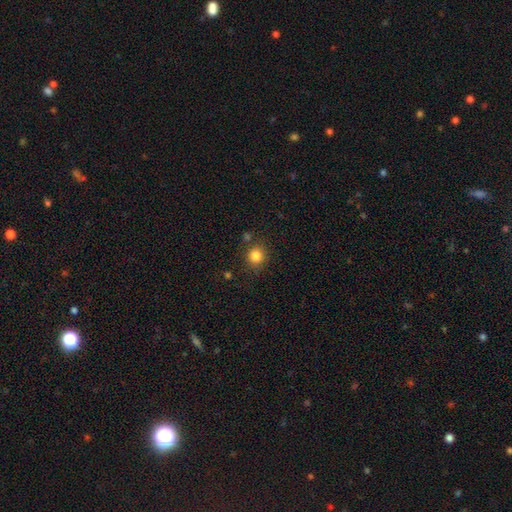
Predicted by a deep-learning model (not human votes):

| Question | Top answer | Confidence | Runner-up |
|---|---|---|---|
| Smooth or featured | smooth | 83% | star or artifact (12%) |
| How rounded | round | 89% | in between (10%) |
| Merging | none | 83% | minor disturbance (9%) |